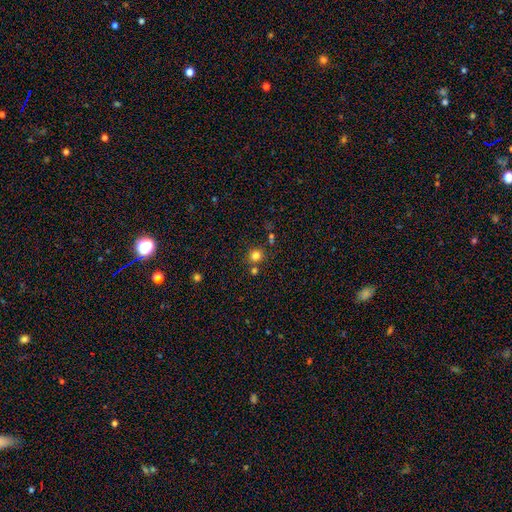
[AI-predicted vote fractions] Q: Smooth or featured?
A: smooth (80%); runner-up: star or artifact (15%)
Q: How rounded?
A: round (90%); runner-up: in between (9%)
Q: Merging?
A: none (77%); runner-up: merger (12%)